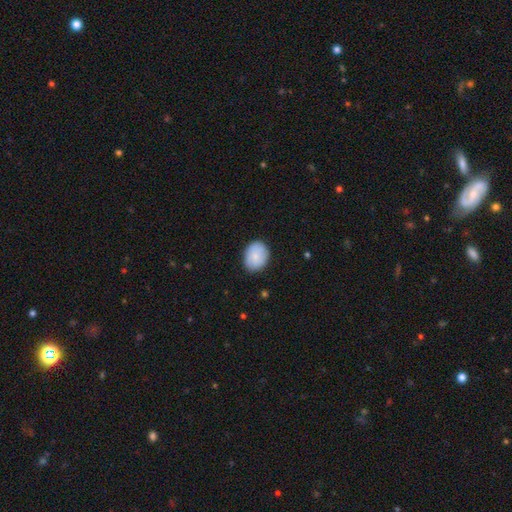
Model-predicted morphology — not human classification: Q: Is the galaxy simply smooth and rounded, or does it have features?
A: smooth — 80%.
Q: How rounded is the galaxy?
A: in between — 62%.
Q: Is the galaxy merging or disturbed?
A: none — 83%.